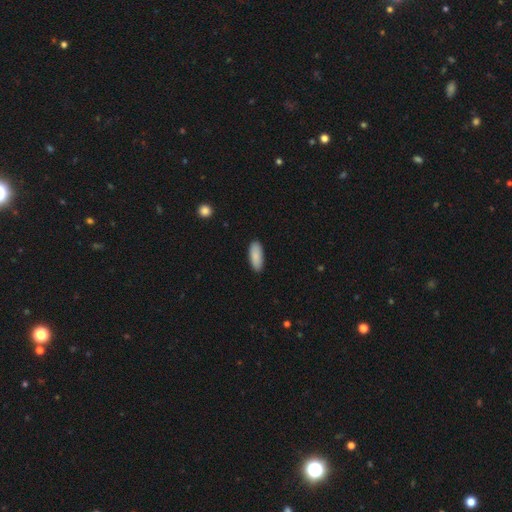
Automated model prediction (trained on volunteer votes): This appears to be a smooth galaxy with no disk features (90%) that is in between round and cigar-shaped (76%). Merging: none (88%).